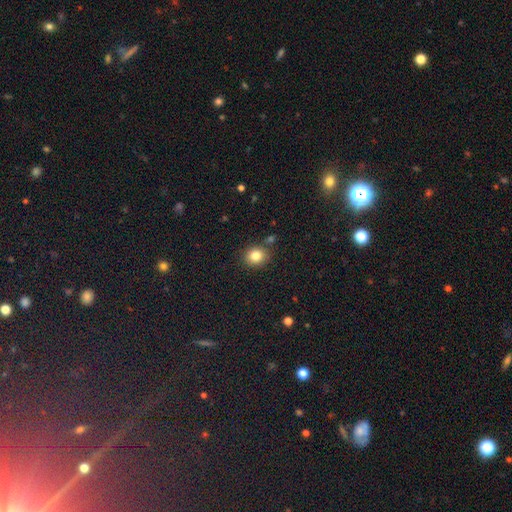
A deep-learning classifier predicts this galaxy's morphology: The model was most divided on "how rounded": round: 74%, in between: 25%, cigar-shaped: 1%. More confident: merging — none (83%); smooth or featured — smooth (83%).